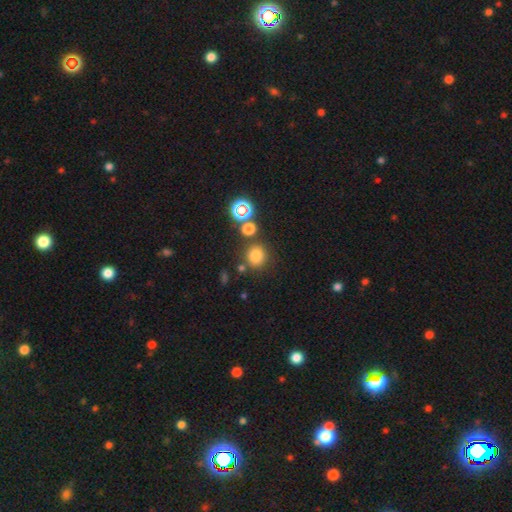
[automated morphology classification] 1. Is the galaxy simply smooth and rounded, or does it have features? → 76% smooth, 18% star or artifact, 6% featured or disk.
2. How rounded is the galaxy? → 88% round, 11% in between, 1% cigar-shaped.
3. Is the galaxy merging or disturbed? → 77% none, 10% merger, 9% minor disturbance, 4% major disturbance.